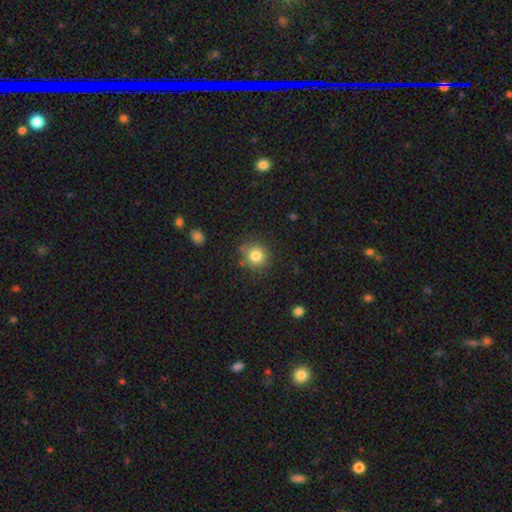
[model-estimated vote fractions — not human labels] A smooth galaxy with no disk features (81%) that is round (86%).

Vote fractions:
- Smooth or featured? smooth: 81% / star or artifact: 11% / featured or disk: 8%
- How rounded? round: 86% / in between: 13% / cigar-shaped: 1%
- Merging? none: 78% / minor disturbance: 15% / major disturbance: 4% / merger: 3%